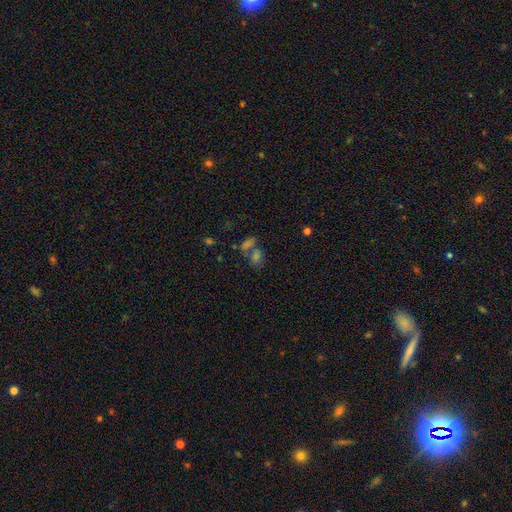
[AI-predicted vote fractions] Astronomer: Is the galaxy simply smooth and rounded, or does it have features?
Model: smooth — 39% (runner-up: star or artifact, 37%).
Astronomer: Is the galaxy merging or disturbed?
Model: none — 46% (runner-up: merger, 33%).